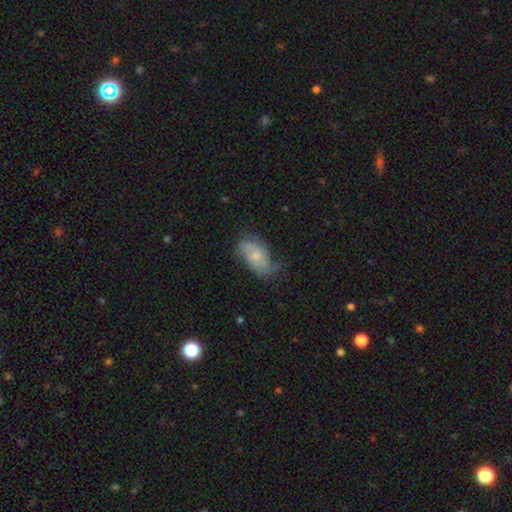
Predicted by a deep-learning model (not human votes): A featured or disk galaxy (56%) with no bar (66%), spiral arms (85%) and a small central bulge (52%). Merging: none (55%).